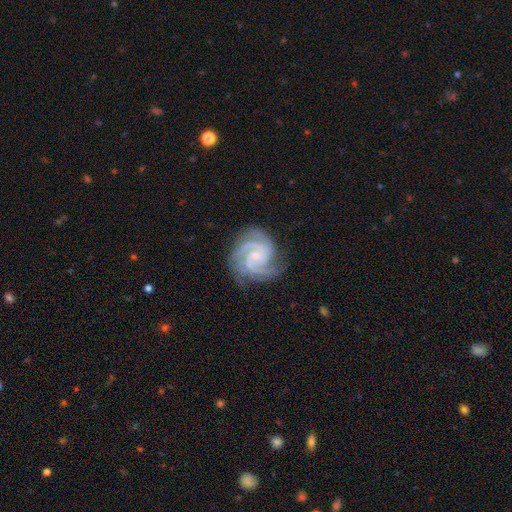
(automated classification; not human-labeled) Overall: featured or disk (92%). Edge-on disk: no (98%). Bar: no (53%; weak 38%). Spiral arms: yes (99%). Spiral arm count: 3 (47%; 2 29%). Spiral winding: tight (65%; medium 32%). Bulge size: small (71%). Merging: none (77%).